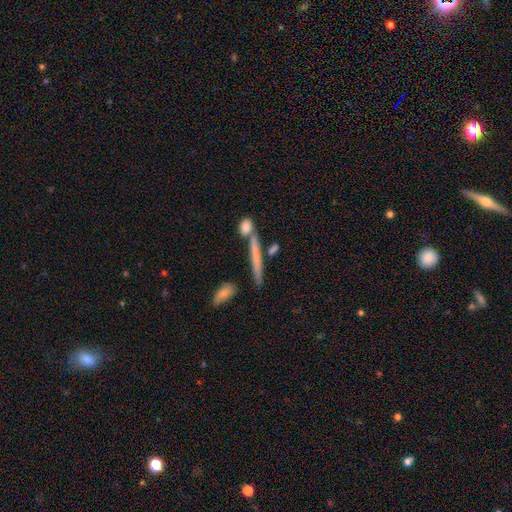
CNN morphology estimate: type=smooth (56%); roundness=cigar-shaped (91%); merging=none (70%).